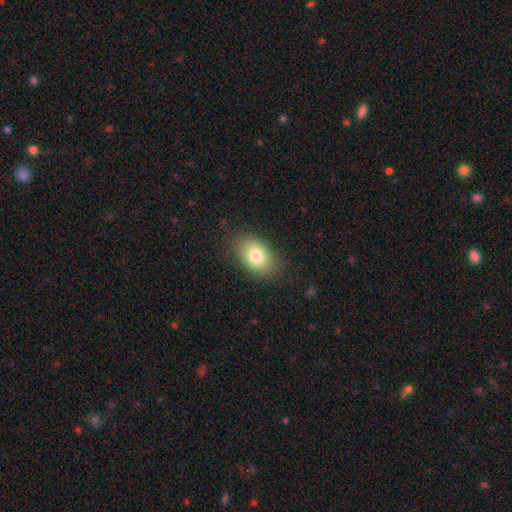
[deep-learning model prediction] The model was most divided on "smooth or featured": smooth: 79%, featured or disk: 11%, star or artifact: 9%. More confident: how rounded — in between (84%); merging — none (82%).